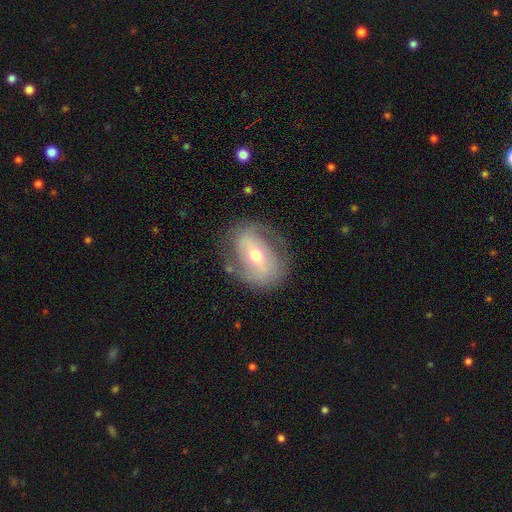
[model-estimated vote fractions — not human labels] Morphology: type=featured or disk (67%); edge-on=no (94%); bar=weak (37%); spiral arms=yes (70%); bulge=moderate (64%); merging=none (73%).